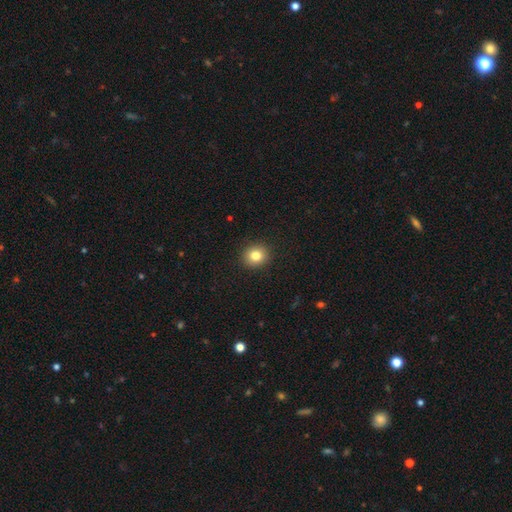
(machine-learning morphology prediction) Q: Smooth or featured?
A: smooth (82%); runner-up: star or artifact (11%)
Q: How rounded?
A: round (85%); runner-up: in between (15%)
Q: Merging?
A: none (92%); runner-up: minor disturbance (6%)